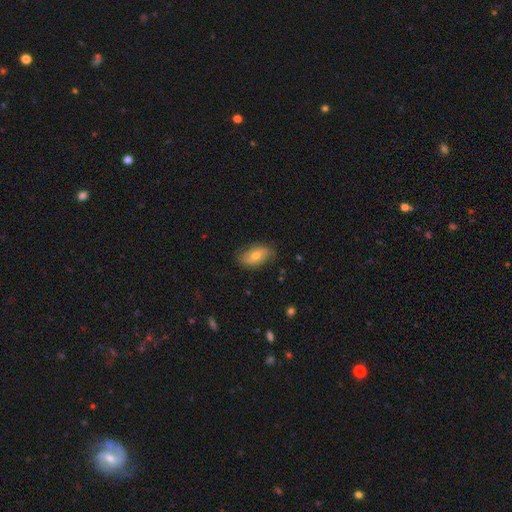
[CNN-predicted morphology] Smooth or featured: smooth — 55% (featured or disk — 37%)
How rounded: in between — 89% (round — 8%)
Merging: none — 78% (minor disturbance — 17%)